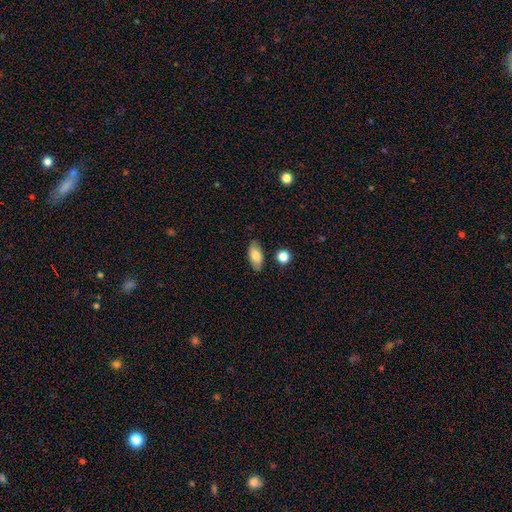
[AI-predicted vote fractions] Q: Smooth or featured?
A: smooth (79%); runner-up: featured or disk (14%)
Q: How rounded?
A: in between (90%); runner-up: cigar-shaped (6%)
Q: Merging?
A: none (80%); runner-up: minor disturbance (14%)